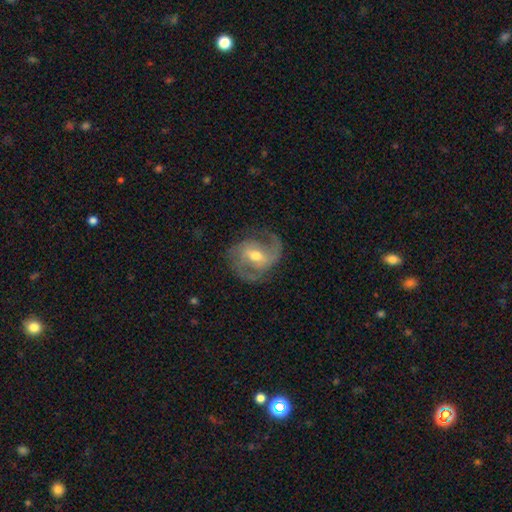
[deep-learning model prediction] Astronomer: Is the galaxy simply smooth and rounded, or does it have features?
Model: featured or disk — 85%.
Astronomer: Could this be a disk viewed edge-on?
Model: no — 97%.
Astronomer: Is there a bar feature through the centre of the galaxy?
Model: weak — 51%.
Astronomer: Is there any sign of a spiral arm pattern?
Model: yes — 94%.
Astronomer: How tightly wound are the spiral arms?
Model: medium — 52%.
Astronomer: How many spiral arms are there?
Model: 2 — 71%.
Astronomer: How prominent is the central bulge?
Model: moderate — 69%.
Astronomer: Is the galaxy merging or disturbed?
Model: none — 69%.